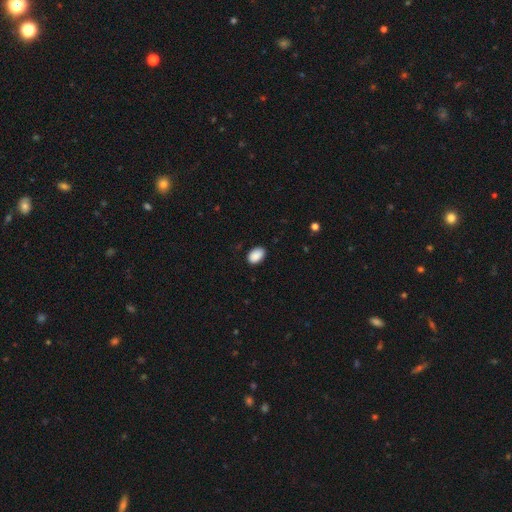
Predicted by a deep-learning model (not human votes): Morphology: type=smooth (90%); roundness=in between (89%); merging=none (86%).